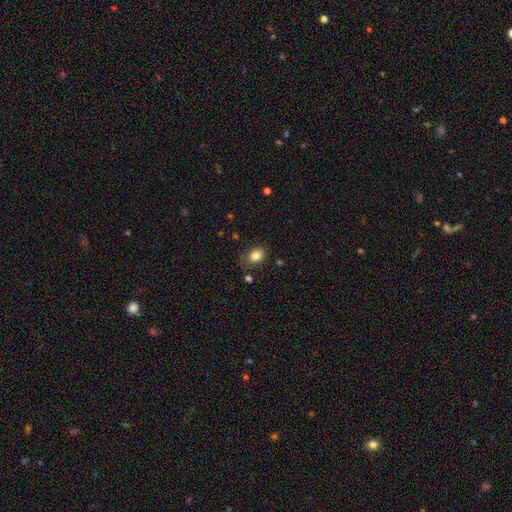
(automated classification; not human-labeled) The model was most divided on "how rounded": in between: 61%, round: 38%, cigar-shaped: 1%. More confident: smooth or featured — smooth (84%); merging — none (69%).